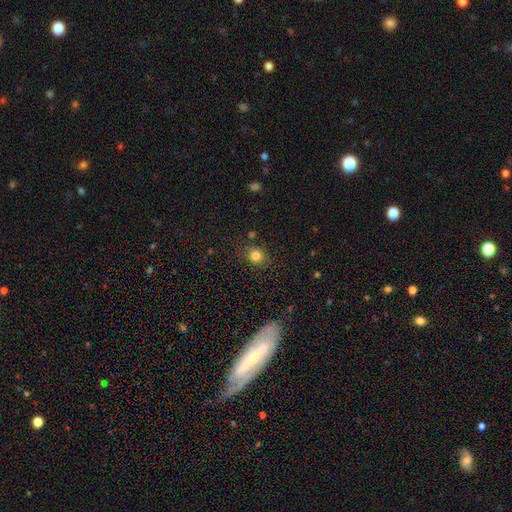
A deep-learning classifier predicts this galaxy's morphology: smooth_or_featured: smooth (p=0.80) [alt: star or artifact p=0.14]
how_rounded: round (p=0.78) [alt: in between p=0.21]
merging: none (p=0.82) [alt: minor disturbance p=0.11]